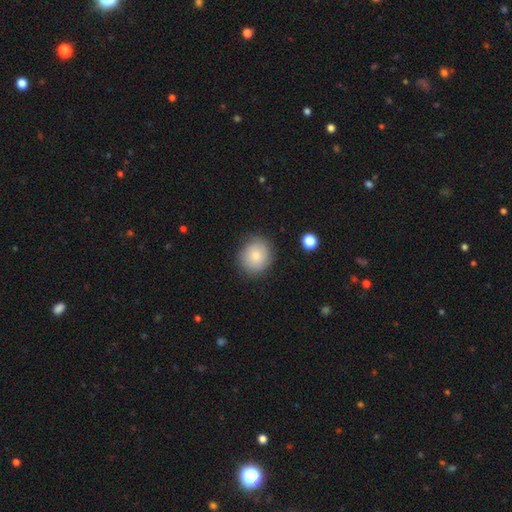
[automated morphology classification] smooth_or_featured: smooth (p=0.78) [alt: featured or disk p=0.14]
how_rounded: round (p=0.83) [alt: in between p=0.16]
merging: none (p=0.80) [alt: minor disturbance p=0.14]